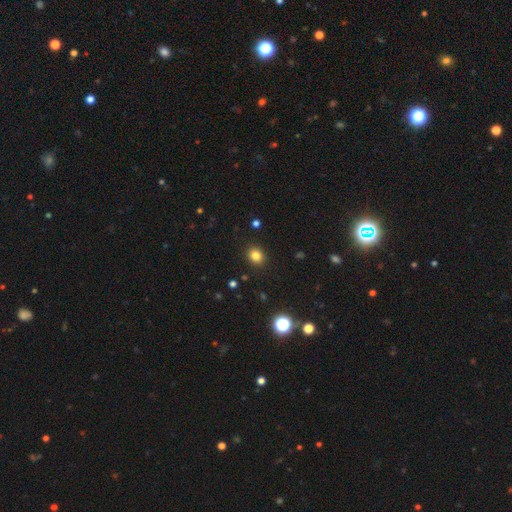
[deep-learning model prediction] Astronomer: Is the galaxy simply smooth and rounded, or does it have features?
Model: smooth — 82%.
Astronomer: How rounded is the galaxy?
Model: round — 70%.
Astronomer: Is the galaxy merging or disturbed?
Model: none — 90%.